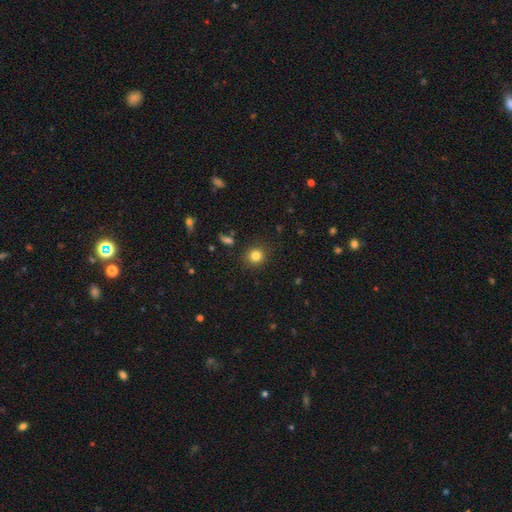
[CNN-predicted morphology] A smooth galaxy with no disk features (82%) that is round (87%). Merging: none (88%).